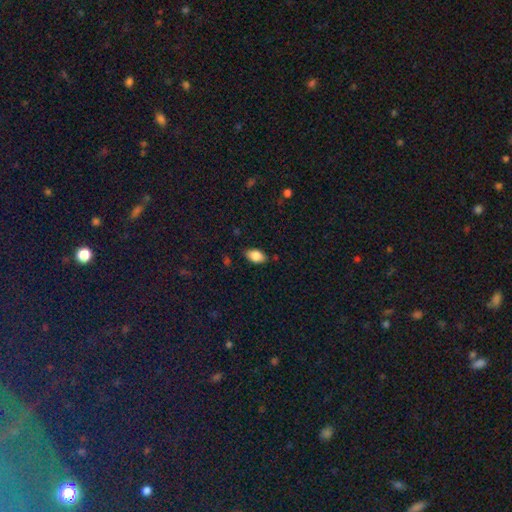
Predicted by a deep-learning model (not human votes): smooth-or-featured: smooth: 86% | star or artifact: 8% | featured or disk: 6%
  how-rounded: in between: 92% | round: 6% | cigar-shaped: 2%
  merging: none: 83% | minor disturbance: 13% | major disturbance: 3% | merger: 1%